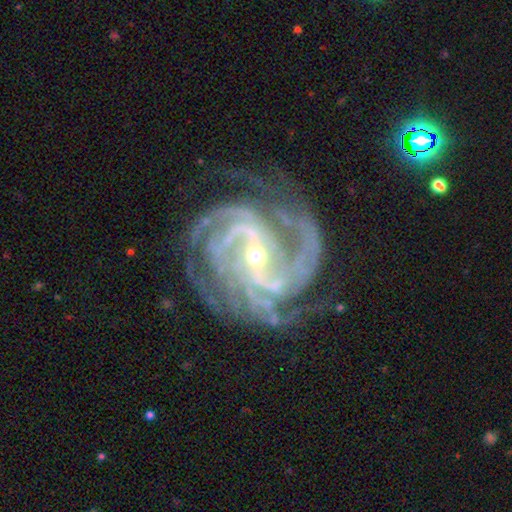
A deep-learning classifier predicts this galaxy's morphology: type=featured or disk (93%); edge-on=no (98%); bar=strong (49%); spiral arms=yes (99%); winding=tight (54%); arm count=4 (28%); bulge=small (69%); merging=none (71%).